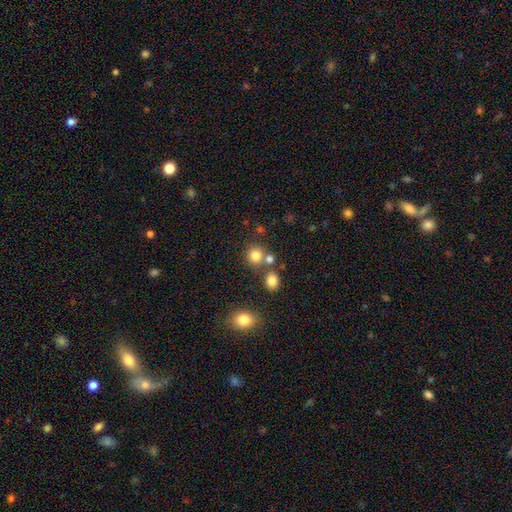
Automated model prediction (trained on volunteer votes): A smooth galaxy with no disk features (80%) that is round (88%). Merging: none (69%).